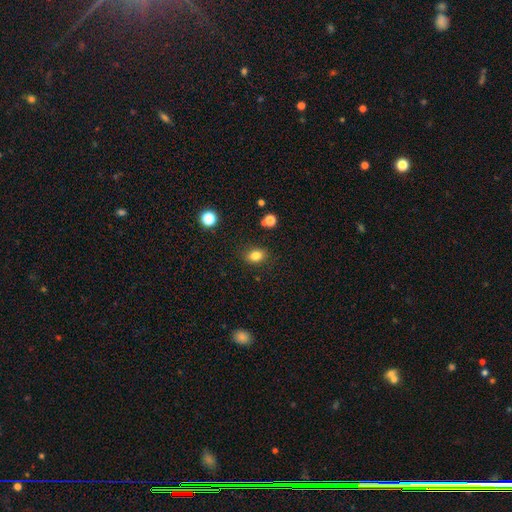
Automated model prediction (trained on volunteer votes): Smooth or featured? smooth (82%)
How rounded? in between (64%)
Merging? none (85%)